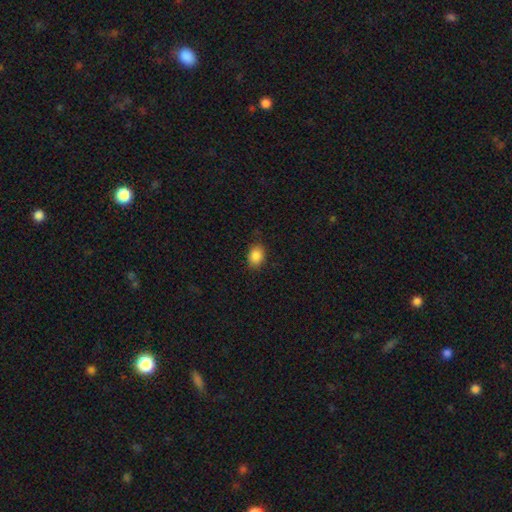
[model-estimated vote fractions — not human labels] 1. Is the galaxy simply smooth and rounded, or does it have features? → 87% smooth, 9% star or artifact, 4% featured or disk.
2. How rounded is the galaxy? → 74% in between, 25% round, 1% cigar-shaped.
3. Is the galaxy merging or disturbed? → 84% none, 13% minor disturbance, 3% major disturbance, 1% merger.